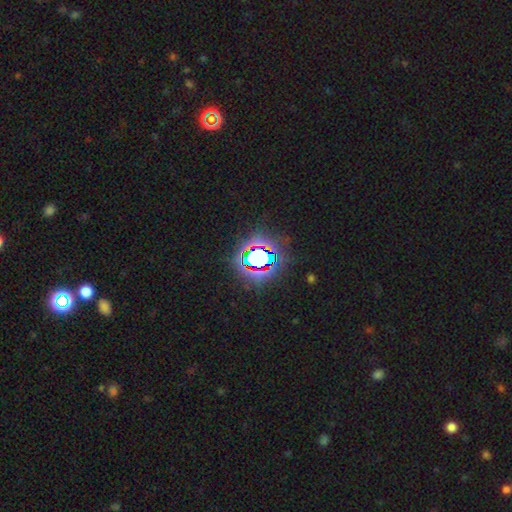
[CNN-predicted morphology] The model was most divided on "smooth or featured": star or artifact: 71%, smooth: 18%, featured or disk: 11%.